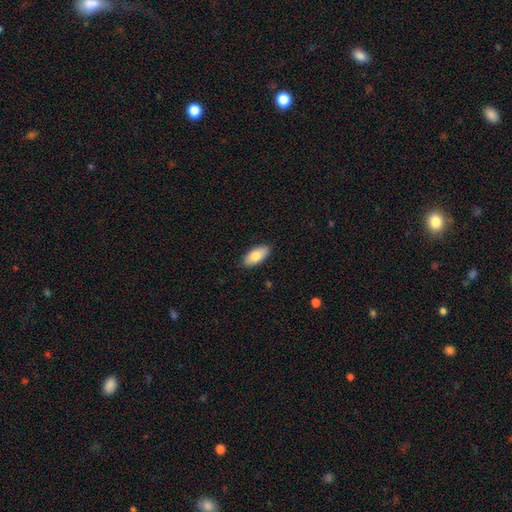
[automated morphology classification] Smooth or featured: smooth — 81% (featured or disk — 13%)
How rounded: in between — 91% (cigar-shaped — 7%)
Merging: none — 88% (minor disturbance — 9%)